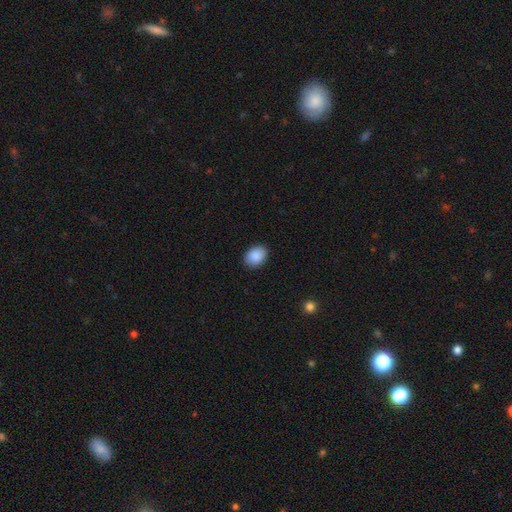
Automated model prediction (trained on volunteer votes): A smooth galaxy with no disk features (90%) that is in between round and cigar-shaped (71%). Merging: none (89%).